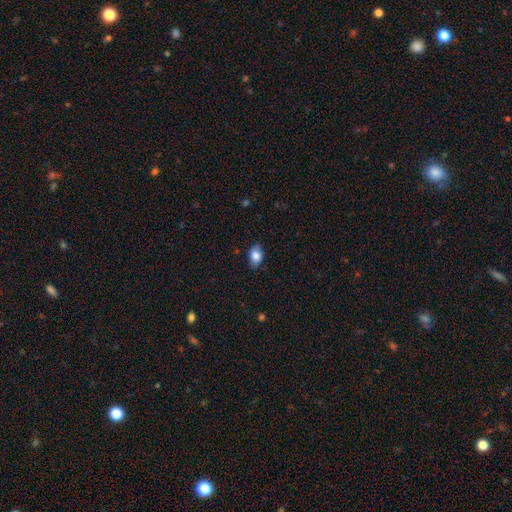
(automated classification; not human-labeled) Smooth or featured? Predicted: smooth (p=0.83). How rounded? Predicted: in between (p=0.84). Merging? Predicted: none (p=0.82).